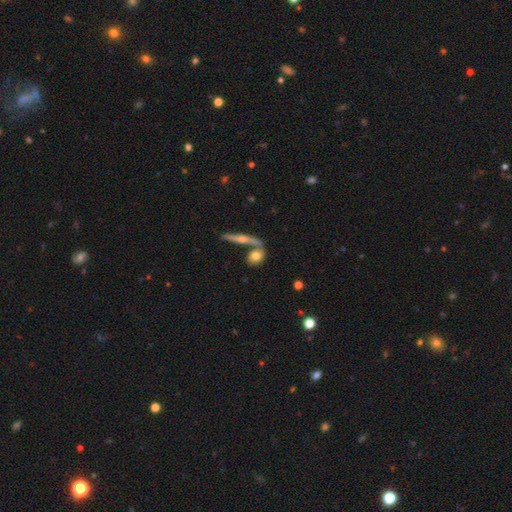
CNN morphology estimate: A smooth galaxy with no disk features (64%) that is in between round and cigar-shaped (45%).

Vote fractions:
- Smooth or featured? smooth: 64% / featured or disk: 29% / star or artifact: 8%
- How rounded? in between: 45% / round: 38% / cigar-shaped: 17%
- Merging? none: 53% / merger: 31% / minor disturbance: 11% / major disturbance: 5%